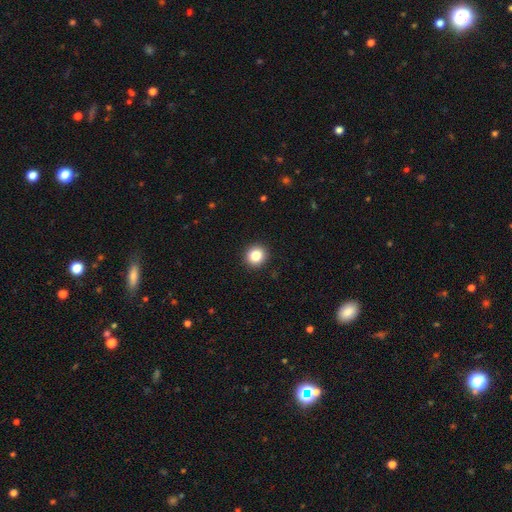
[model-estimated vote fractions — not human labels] Morphology: type=smooth (85%); roundness=round (90%); merging=none (92%).